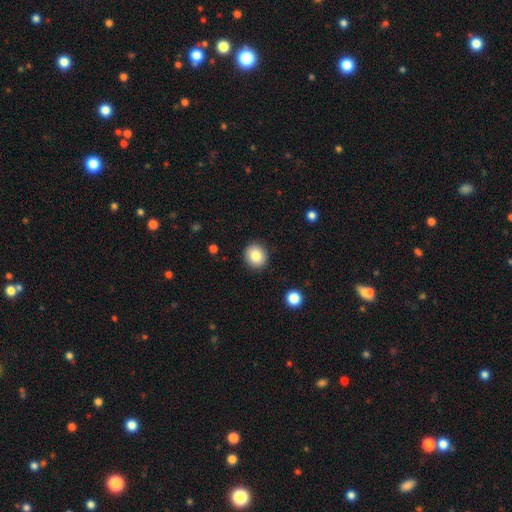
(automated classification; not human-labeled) smooth 83%, star or artifact 9%, featured or disk 8%. Down the decision tree: how rounded — round (83%); merging — none (91%).